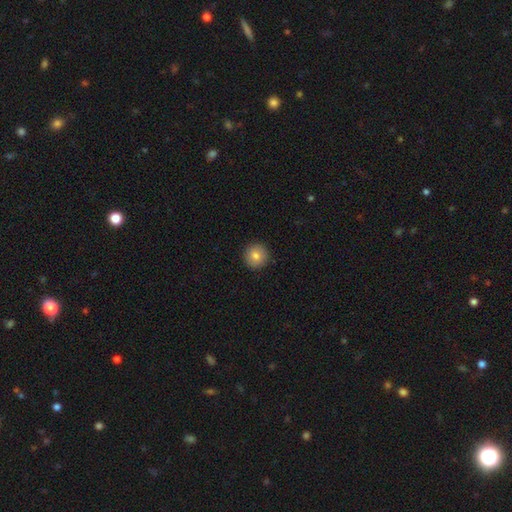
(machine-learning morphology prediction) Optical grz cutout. It shows a smooth galaxy with no disk features (82%) that is round (95%). Merging: none (92%).